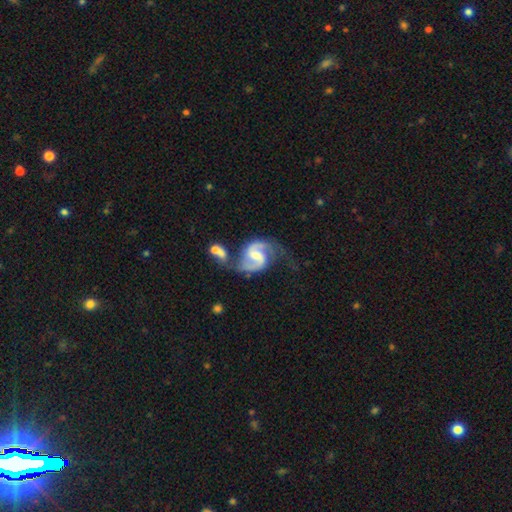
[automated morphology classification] A featured or disk galaxy (91%) with a weak bar (56%), 2 (93%) medium (58%) spiral arms (98%) and a moderate central bulge (50%).

Vote fractions:
- Smooth or featured? featured or disk: 91% / smooth: 5% / star or artifact: 4%
- Edge-on disk? no: 98% / yes: 2%
- Bar? weak: 56% / strong: 25% / no: 20%
- Spiral arms? yes: 98% / no: 2%
- Spiral winding? medium: 58% / loose: 27% / tight: 15%
- Spiral arm count? 2: 93% / can't tell: 2% / 1: 2% / 3: 1% / 4: 1% / more than 4: 1%
- Bulge size? moderate: 50% / small: 31% / none: 10% / large: 8% / dominant: 1%
- Merging? none: 46% / merger: 22% / minor disturbance: 19% / major disturbance: 13%